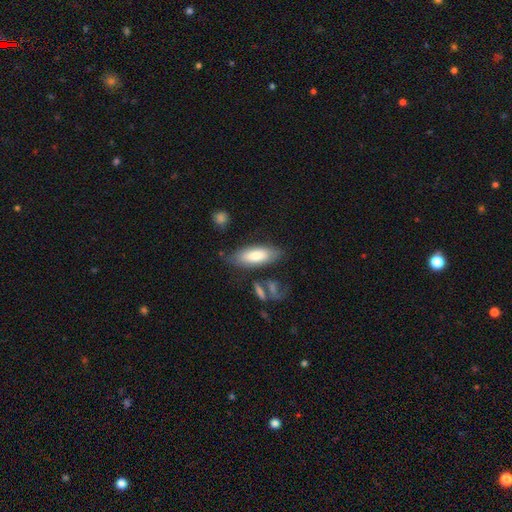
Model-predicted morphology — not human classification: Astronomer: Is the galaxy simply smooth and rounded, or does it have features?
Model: smooth — 73%.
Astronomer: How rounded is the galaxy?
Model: in between — 74%.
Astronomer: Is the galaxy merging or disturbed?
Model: none — 71%.